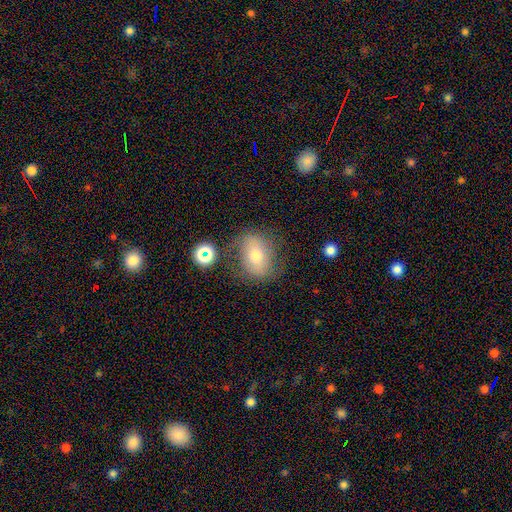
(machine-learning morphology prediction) Q: Smooth or featured?
A: smooth (60%); runner-up: featured or disk (27%)
Q: How rounded?
A: in between (58%); runner-up: round (41%)
Q: Merging?
A: none (68%); runner-up: minor disturbance (19%)